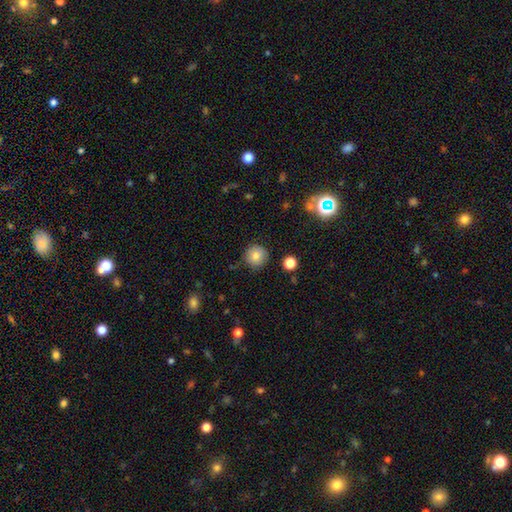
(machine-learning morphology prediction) Smooth or featured? Predicted: smooth (p=0.82). How rounded? Predicted: round (p=0.94). Merging? Predicted: none (p=0.85).